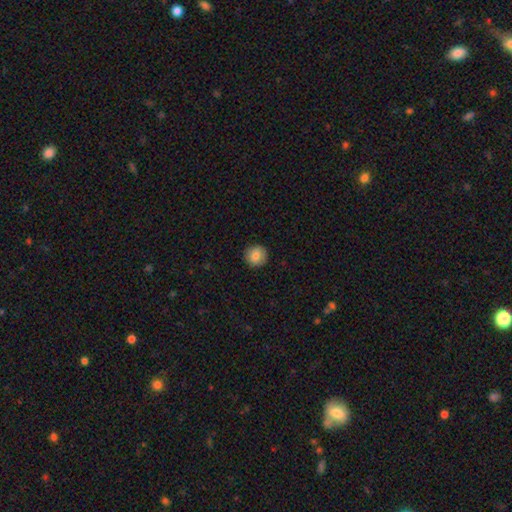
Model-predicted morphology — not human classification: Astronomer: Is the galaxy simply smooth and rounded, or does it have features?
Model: smooth — 85%.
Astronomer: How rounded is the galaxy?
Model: round — 94%.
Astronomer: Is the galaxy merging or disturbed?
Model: none — 91%.